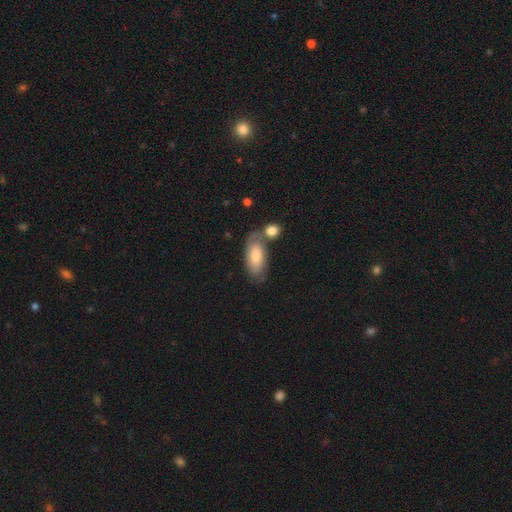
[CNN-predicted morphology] This appears to be a smooth galaxy with no disk features (64%) that is in between round and cigar-shaped (89%). Merging: none (47%).